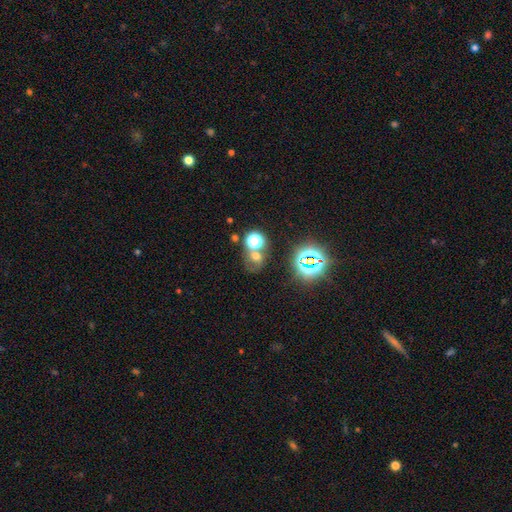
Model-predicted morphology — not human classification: A smooth galaxy with no disk features (46%). Merging: none (46%).